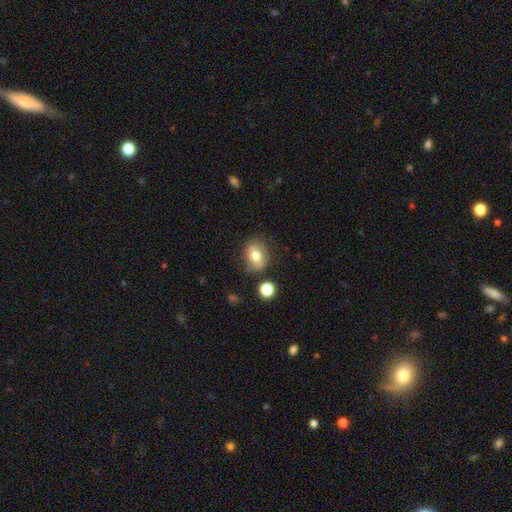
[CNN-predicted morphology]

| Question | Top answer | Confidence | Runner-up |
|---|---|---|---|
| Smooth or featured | smooth | 66% | featured or disk (24%) |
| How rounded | in between | 57% | round (41%) |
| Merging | none | 76% | minor disturbance (15%) |